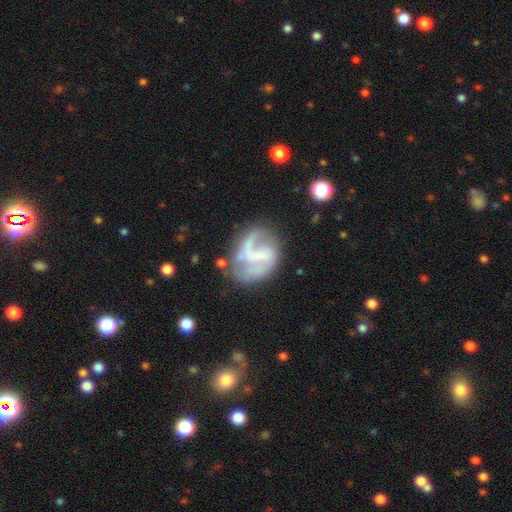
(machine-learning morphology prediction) Smooth or featured? Predicted: featured or disk (p=0.76). Edge-on disk? Predicted: no (p=0.98). Bar? Predicted: weak (p=0.44). Spiral arms? Predicted: yes (p=0.84). Spiral winding? Predicted: loose (p=0.46). Spiral arm count? Predicted: 2 (p=0.61). Bulge size? Predicted: none (p=0.50). Merging? Predicted: none (p=0.50).